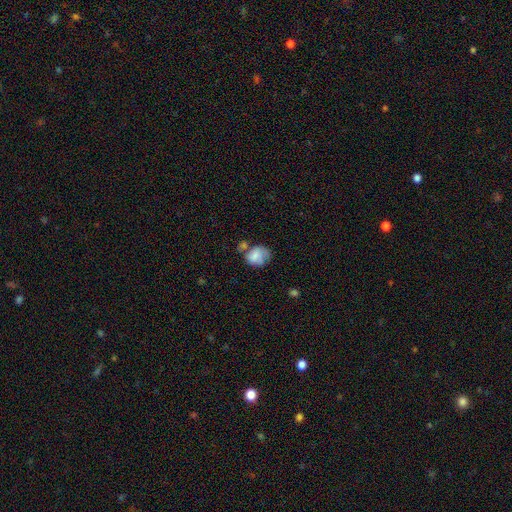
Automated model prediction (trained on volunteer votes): Smooth or featured? Predicted: smooth (p=0.74). How rounded? Predicted: round (p=0.52). Merging? Predicted: none (p=0.36).